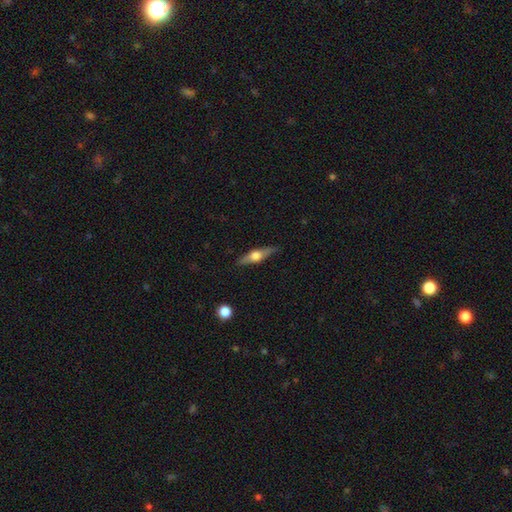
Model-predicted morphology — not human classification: Smooth or featured: featured or disk — 62% (smooth — 32%)
Edge-on disk: yes — 94% (no — 6%)
Edge-on bulge: rounded — 93% (boxy — 5%)
Merging: none — 85% (minor disturbance — 11%)